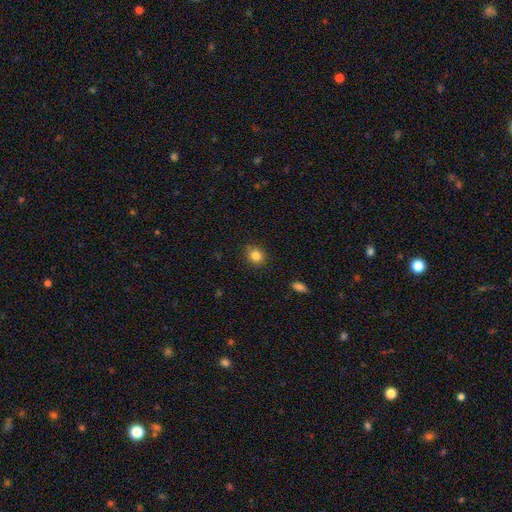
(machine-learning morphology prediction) smooth-or-featured: smooth: 84% | star or artifact: 11% | featured or disk: 5%
  how-rounded: round: 78% | in between: 21% | cigar-shaped: 1%
  merging: none: 89% | minor disturbance: 8% | major disturbance: 2% | merger: 1%